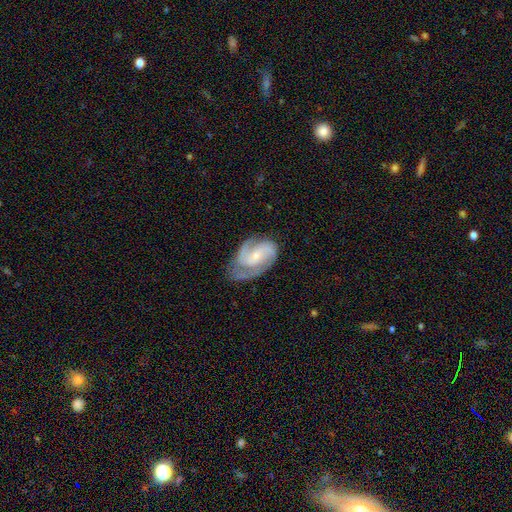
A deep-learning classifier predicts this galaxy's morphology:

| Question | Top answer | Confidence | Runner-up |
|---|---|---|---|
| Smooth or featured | featured or disk | 86% | smooth (9%) |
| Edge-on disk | no | 97% | yes (3%) |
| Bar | no | 52% | weak (34%) |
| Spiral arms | yes | 97% | no (3%) |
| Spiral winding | medium | 47% | tight (40%) |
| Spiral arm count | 2 | 67% | 3 (17%) |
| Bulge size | small | 69% | moderate (26%) |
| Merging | none | 62% | minor disturbance (24%) |